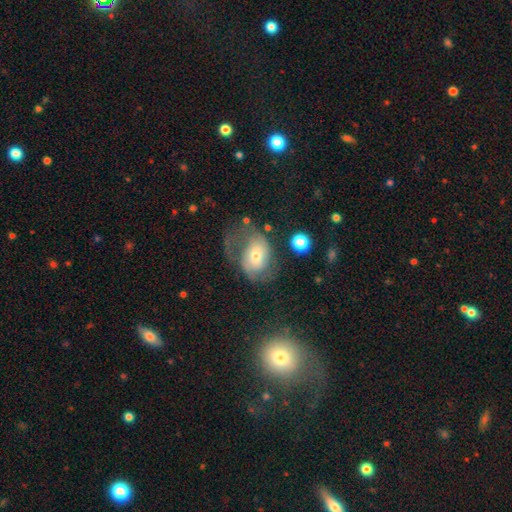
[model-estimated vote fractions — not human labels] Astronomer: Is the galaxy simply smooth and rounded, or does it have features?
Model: featured or disk — 54% (runner-up: smooth, 36%).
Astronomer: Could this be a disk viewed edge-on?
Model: no — 95%.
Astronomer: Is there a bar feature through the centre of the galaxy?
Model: no — 62%.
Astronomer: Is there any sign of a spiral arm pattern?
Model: yes — 74%.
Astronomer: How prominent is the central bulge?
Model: moderate — 45%, tied with small at 45%.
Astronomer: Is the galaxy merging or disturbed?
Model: major disturbance — 40% (runner-up: none, 35%).